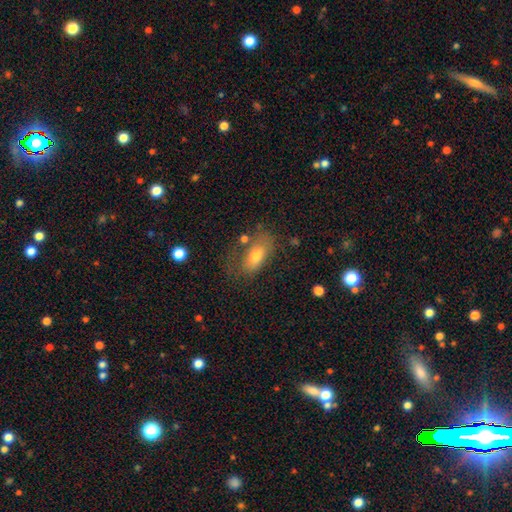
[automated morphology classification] Smooth or featured? Predicted: smooth (p=0.69). How rounded? Predicted: in between (p=0.87). Merging? Predicted: none (p=0.51).